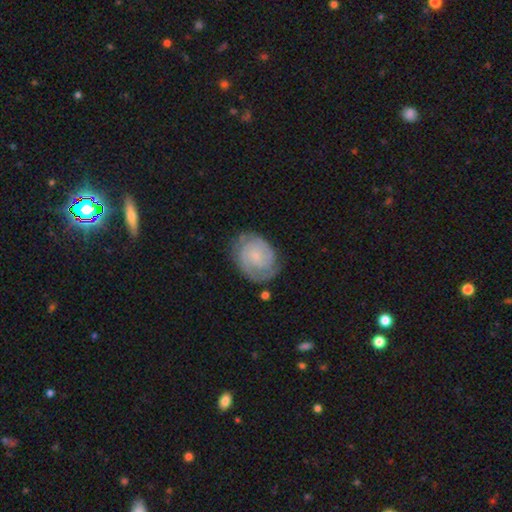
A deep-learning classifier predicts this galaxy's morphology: Smooth or featured? Predicted: featured or disk (p=0.78). Edge-on disk? Predicted: no (p=0.98). Bar? Predicted: no (p=0.63). Spiral arms? Predicted: yes (p=0.95). Spiral winding? Predicted: tight (p=0.66). Spiral arm count? Predicted: 2 (p=0.60). Bulge size? Predicted: small (p=0.63). Merging? Predicted: none (p=0.71).